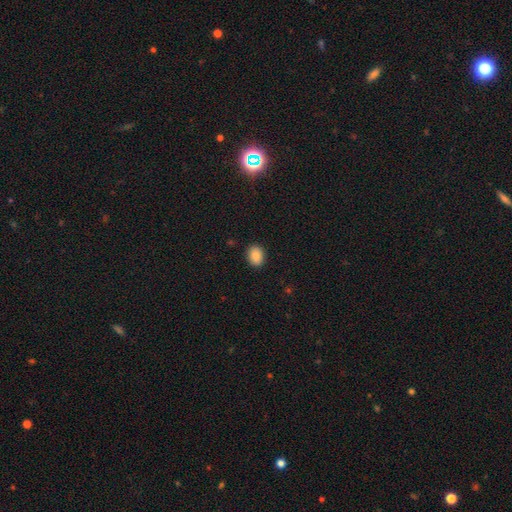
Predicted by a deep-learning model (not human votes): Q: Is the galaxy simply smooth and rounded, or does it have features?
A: smooth — 88%.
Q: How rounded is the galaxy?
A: in between — 62%.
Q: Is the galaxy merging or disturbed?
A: none — 89%.